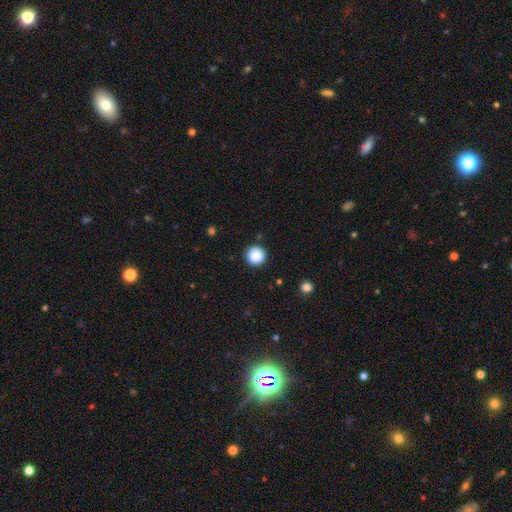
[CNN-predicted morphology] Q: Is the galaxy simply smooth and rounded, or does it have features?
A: smooth — 87%.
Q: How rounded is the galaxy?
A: round — 96%.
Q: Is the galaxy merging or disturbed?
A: none — 91%.